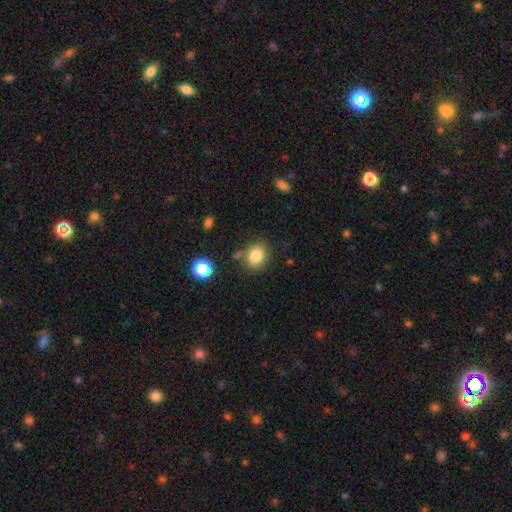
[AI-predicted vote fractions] Q: Smooth or featured?
A: smooth (83%); runner-up: star or artifact (10%)
Q: How rounded?
A: round (55%); runner-up: in between (44%)
Q: Merging?
A: none (73%); runner-up: minor disturbance (14%)